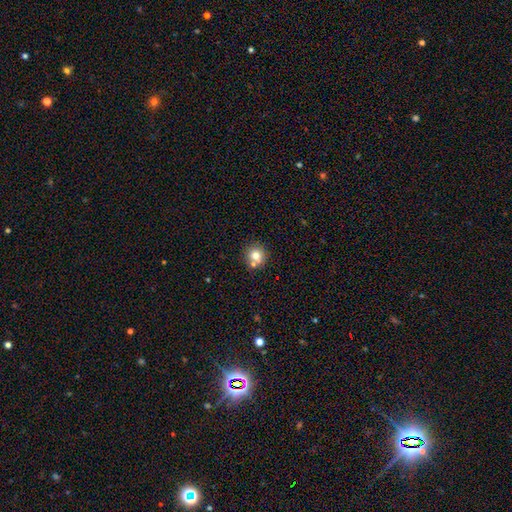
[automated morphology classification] smooth 75%, star or artifact 13%, featured or disk 12%. Down the decision tree: how rounded — round (91%); merging — none (70%).